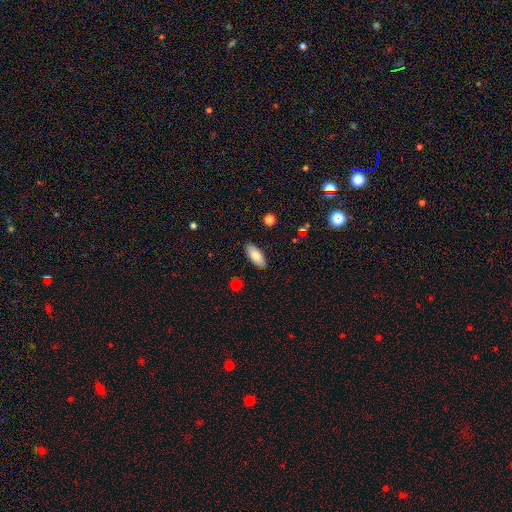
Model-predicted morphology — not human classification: Smooth or featured? smooth (79%)
How rounded? in between (82%)
Merging? none (88%)